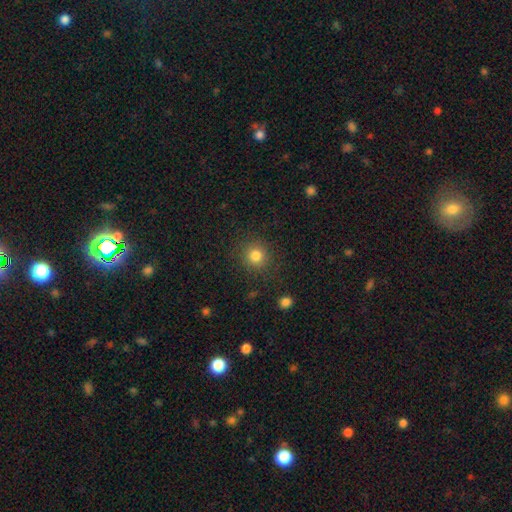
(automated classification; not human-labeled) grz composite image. It shows a smooth galaxy with no disk features (82%) that is round (90%). Merging: none (87%).